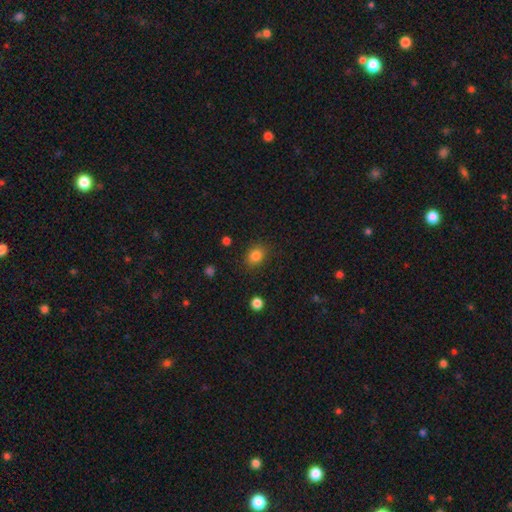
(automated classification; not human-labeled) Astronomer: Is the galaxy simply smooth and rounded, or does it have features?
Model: smooth — 84%.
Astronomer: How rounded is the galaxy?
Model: in between — 51% (runner-up: round, 48%).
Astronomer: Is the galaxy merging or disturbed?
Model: none — 83%.